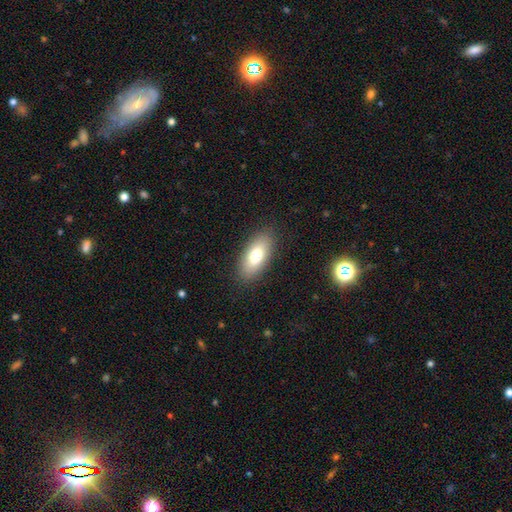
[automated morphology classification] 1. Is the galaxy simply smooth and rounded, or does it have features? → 78% smooth, 15% featured or disk, 7% star or artifact.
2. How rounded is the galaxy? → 86% in between, 12% cigar-shaped, 3% round.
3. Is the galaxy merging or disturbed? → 87% none, 9% minor disturbance, 3% major disturbance, 1% merger.